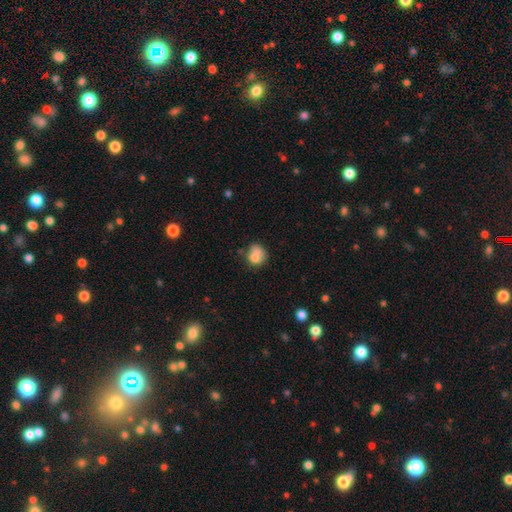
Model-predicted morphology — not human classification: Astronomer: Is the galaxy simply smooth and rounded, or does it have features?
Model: smooth — 76%.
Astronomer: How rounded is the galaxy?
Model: round — 71%.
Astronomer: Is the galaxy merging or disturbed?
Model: none — 45% (runner-up: merger, 24%).